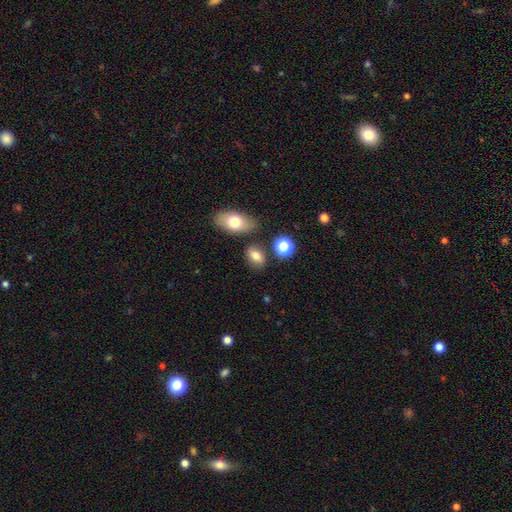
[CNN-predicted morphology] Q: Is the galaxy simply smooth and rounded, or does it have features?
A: smooth — 78%.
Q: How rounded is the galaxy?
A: in between — 77%.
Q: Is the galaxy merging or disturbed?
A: none — 76%.